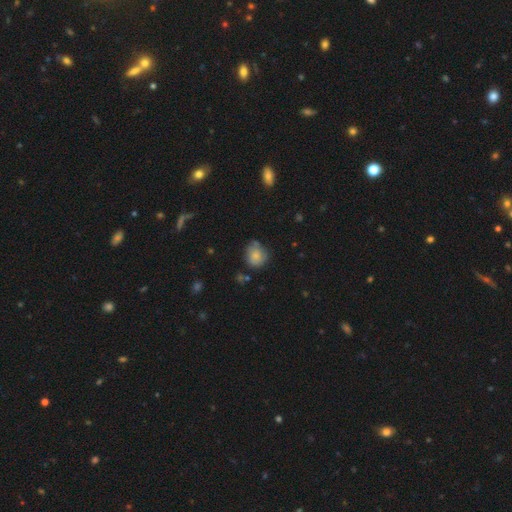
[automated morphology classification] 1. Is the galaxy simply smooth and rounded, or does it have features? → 76% smooth, 15% featured or disk, 9% star or artifact.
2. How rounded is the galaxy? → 78% round, 21% in between, 1% cigar-shaped.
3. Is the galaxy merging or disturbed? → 61% none, 26% minor disturbance, 6% major disturbance, 6% merger.